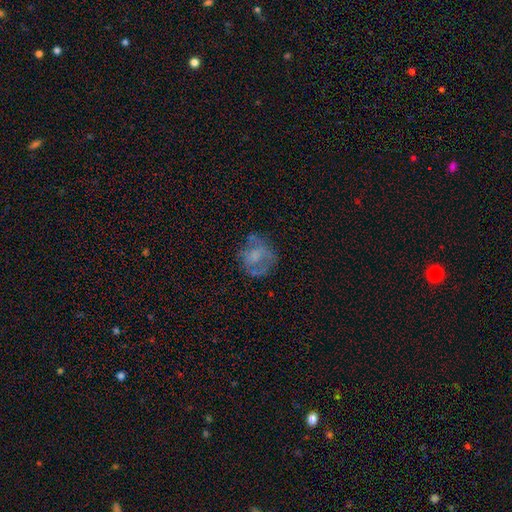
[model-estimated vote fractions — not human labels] This appears to be a featured or disk galaxy (45%). Merging: none (56%).